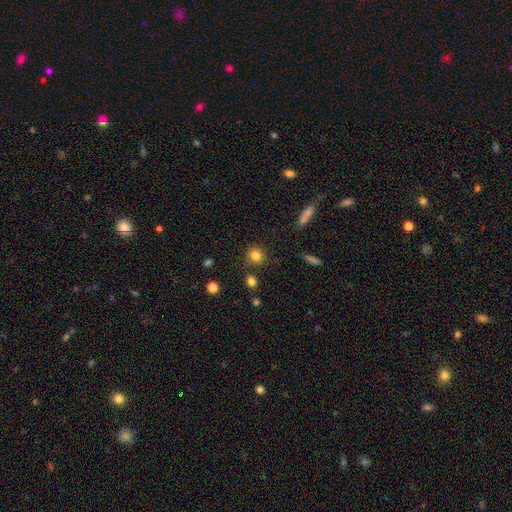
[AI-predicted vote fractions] smooth 82%, star or artifact 12%, featured or disk 6%. Down the decision tree: how rounded — round (90%); merging — none (83%).